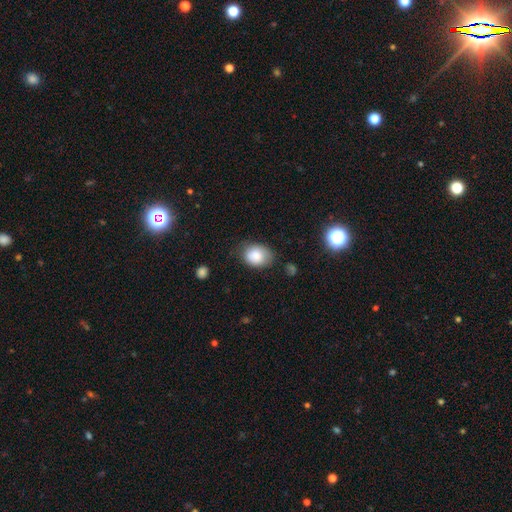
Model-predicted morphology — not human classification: smooth-or-featured: smooth: 83% | featured or disk: 9% | star or artifact: 8%
  how-rounded: in between: 70% | round: 29% | cigar-shaped: 1%
  merging: none: 65% | minor disturbance: 26% | major disturbance: 7% | merger: 2%